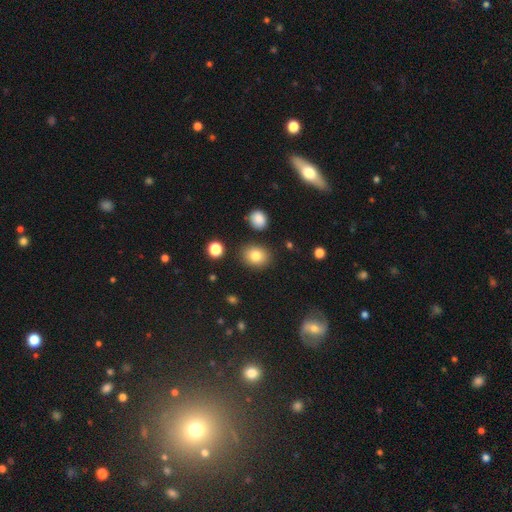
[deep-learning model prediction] This is clearly a smooth galaxy (81%). How rounded: possibly in between (50%). Merging: clearly none (85%).